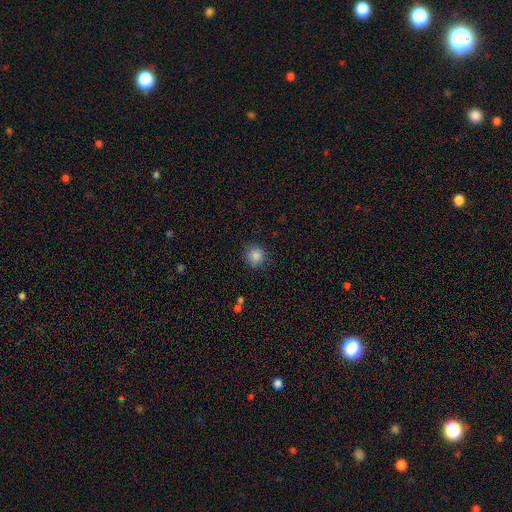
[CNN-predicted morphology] This is clearly a smooth galaxy (86%). How rounded: clearly round (90%). Merging: clearly none (85%).